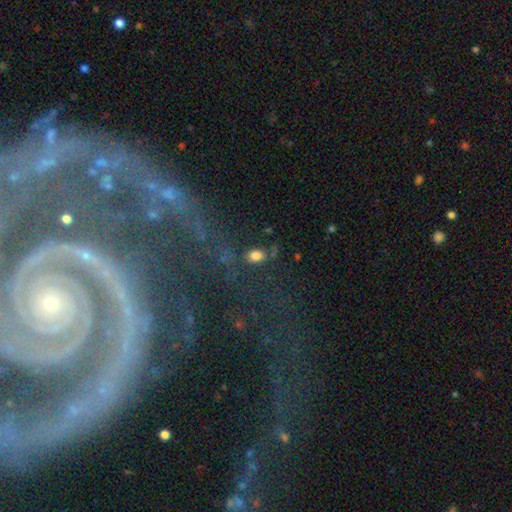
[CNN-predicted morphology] Smooth or featured? Predicted: smooth (p=0.78). How rounded? Predicted: in between (p=0.80). Merging? Predicted: none (p=0.74).